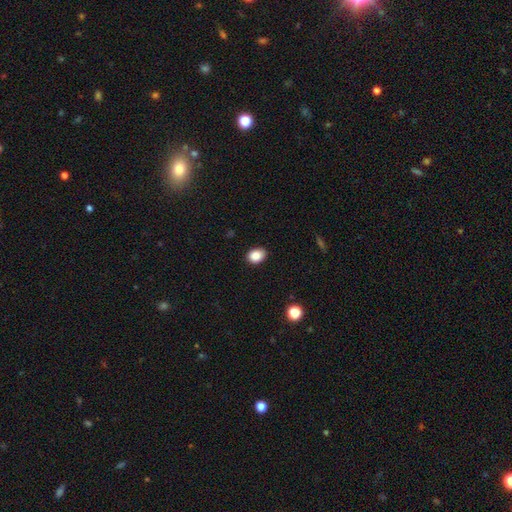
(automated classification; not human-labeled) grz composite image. It shows a smooth galaxy with no disk features (88%) that is in between round and cigar-shaped (69%). Merging: none (87%).